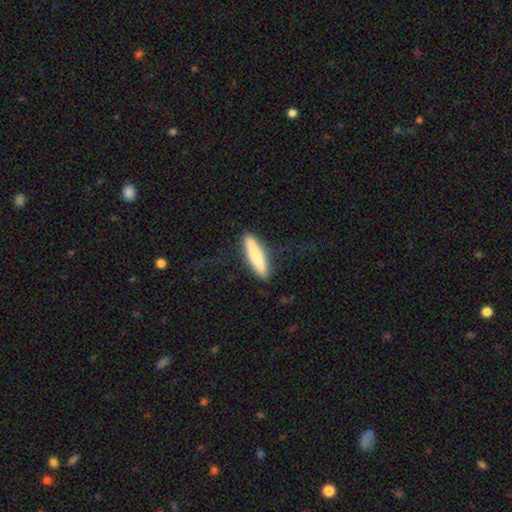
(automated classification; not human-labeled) smooth 72%, featured or disk 23%, star or artifact 5%. Down the decision tree: how rounded — cigar-shaped (86%); merging — none (84%).